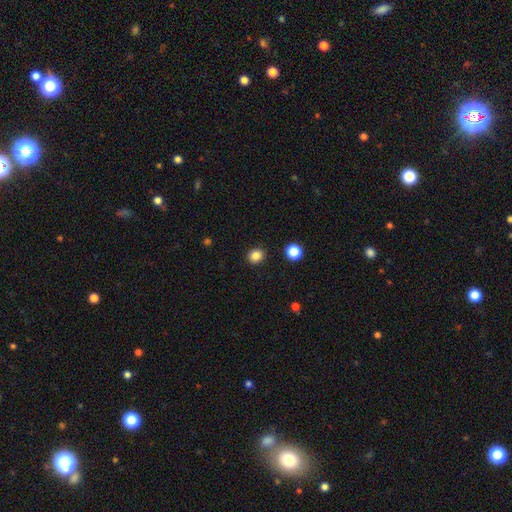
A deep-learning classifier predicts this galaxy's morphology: A smooth galaxy with no disk features (84%) that is round (80%).

Vote fractions:
- Smooth or featured? smooth: 84% / star or artifact: 12% / featured or disk: 4%
- How rounded? round: 80% / in between: 19% / cigar-shaped: 1%
- Merging? none: 91% / minor disturbance: 5% / major disturbance: 2% / merger: 2%